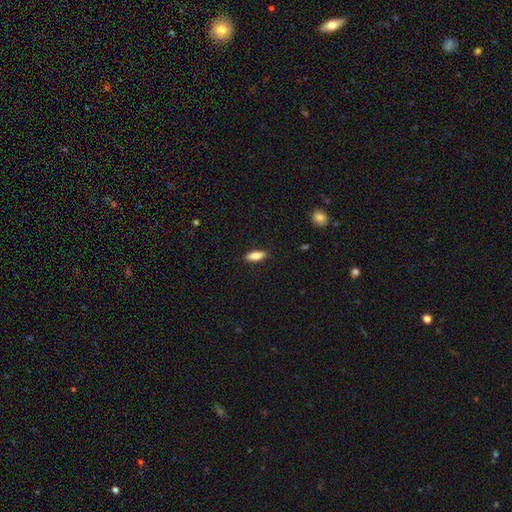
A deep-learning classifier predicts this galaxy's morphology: smooth-or-featured: smooth: 77% | featured or disk: 17% | star or artifact: 7%
  how-rounded: in between: 67% | cigar-shaped: 30% | round: 2%
  merging: none: 88% | minor disturbance: 9% | major disturbance: 2% | merger: 1%